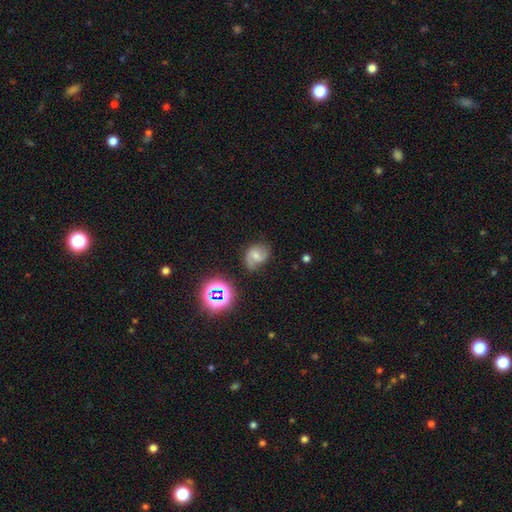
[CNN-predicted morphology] Smooth or featured?
  - featured or disk: 54% *
  - smooth: 26%
  - star or artifact: 20%
Edge-on disk?
  - no: 97% *
  - yes: 3%
Bar?
  - no: 46% *
  - weak: 42%
  - strong: 12%
Spiral arms?
  - yes: 88% *
  - no: 12%
Bulge size?
  - moderate: 49% *
  - small: 40%
  - none: 5%
  - large: 4%
  - dominant: 1%
Merging?
  - none: 67% *
  - minor disturbance: 21%
  - major disturbance: 9%
  - merger: 3%